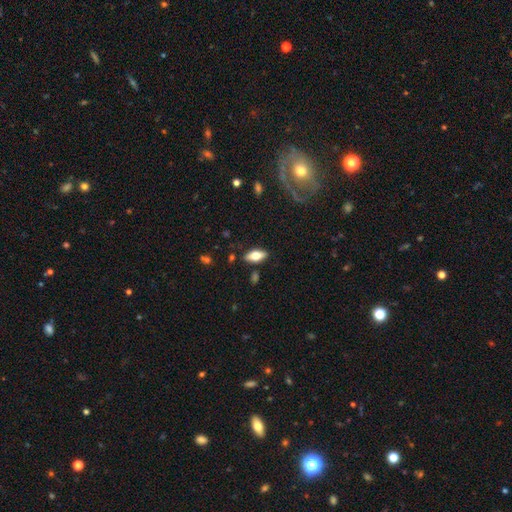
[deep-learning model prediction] Smooth or featured: smooth — 66% (featured or disk — 27%)
How rounded: in between — 84% (cigar-shaped — 13%)
Merging: none — 85% (minor disturbance — 11%)